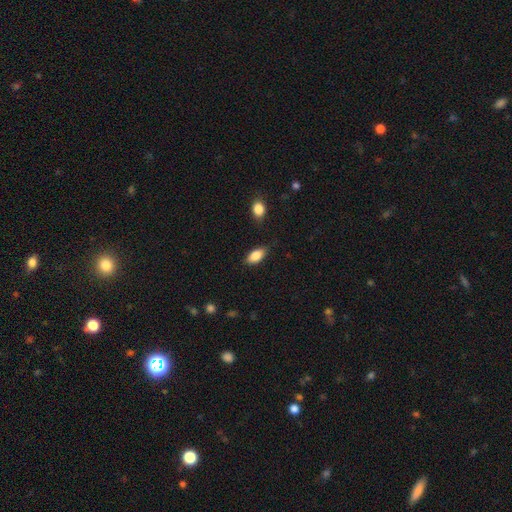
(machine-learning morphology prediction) The model was most divided on "merging": none: 80%, minor disturbance: 15%, major disturbance: 3%, merger: 2%. More confident: how rounded — in between (90%); smooth or featured — smooth (84%).